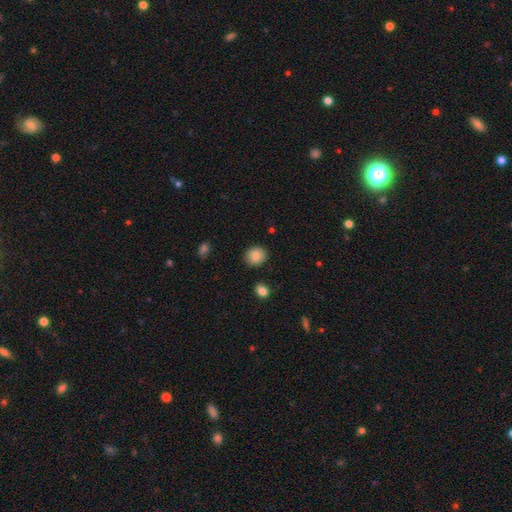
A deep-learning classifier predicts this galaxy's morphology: A smooth galaxy with no disk features (86%) that is round (78%). Merging: none (87%).